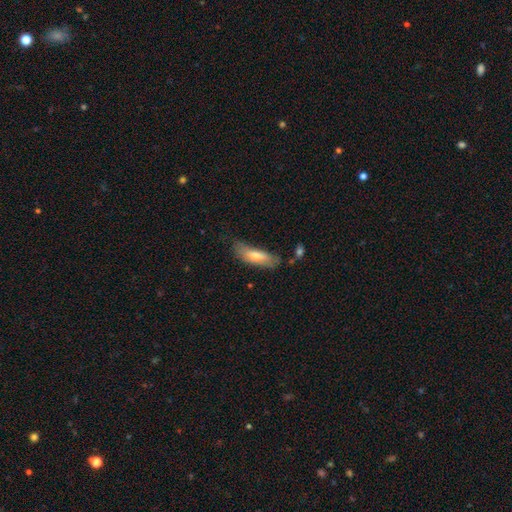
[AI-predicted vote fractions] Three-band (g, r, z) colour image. It shows a smooth galaxy with no disk features (68%) that is in between round and cigar-shaped (51%). Merging: none (59%).